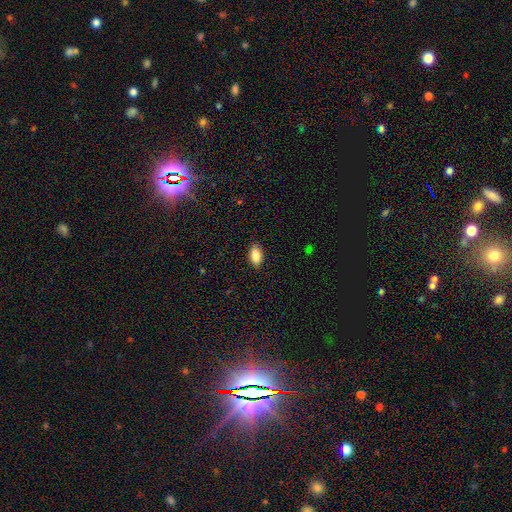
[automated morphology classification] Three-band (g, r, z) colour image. It shows a smooth galaxy with no disk features (86%) that is in between round and cigar-shaped (91%). Merging: none (88%).